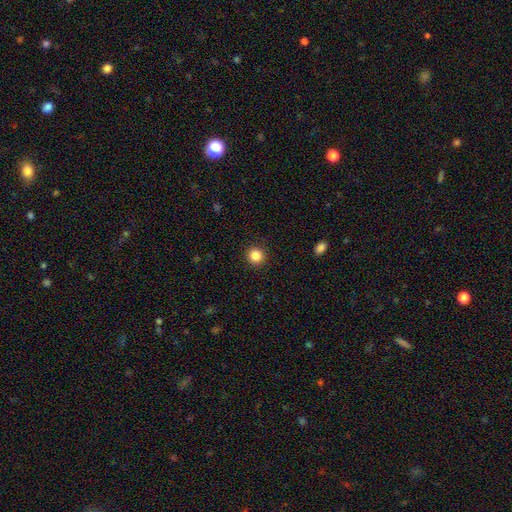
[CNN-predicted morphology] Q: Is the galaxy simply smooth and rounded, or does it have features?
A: smooth — 85%.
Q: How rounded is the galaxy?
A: round — 94%.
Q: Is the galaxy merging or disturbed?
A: none — 93%.